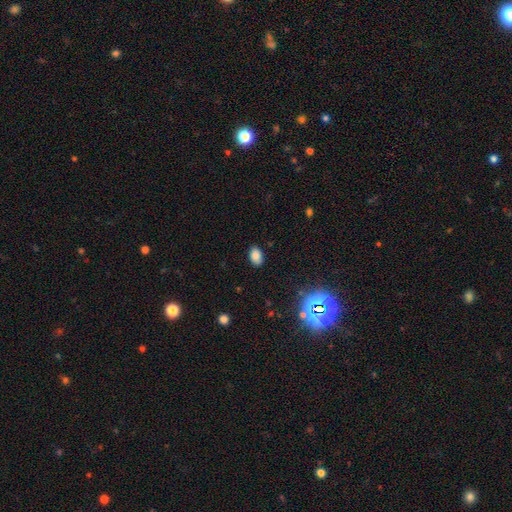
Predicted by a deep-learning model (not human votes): Q: Smooth or featured?
A: smooth (82%); runner-up: star or artifact (13%)
Q: How rounded?
A: in between (88%); runner-up: round (10%)
Q: Merging?
A: none (86%); runner-up: minor disturbance (10%)